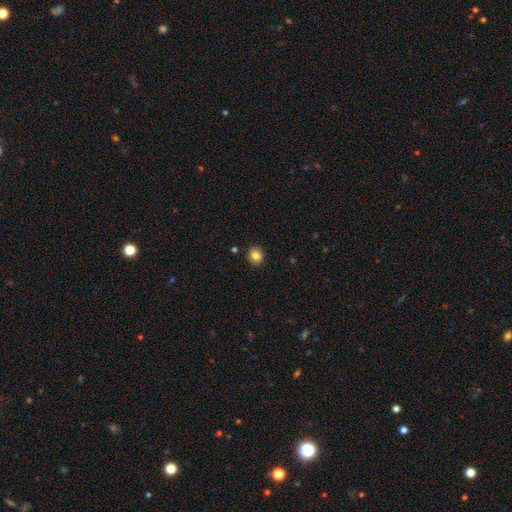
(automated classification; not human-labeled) This is clearly a smooth galaxy (84%). How rounded: likely round (68%). Merging: clearly none (89%).